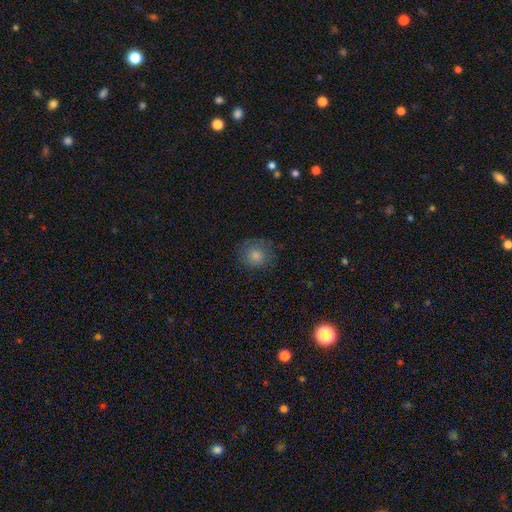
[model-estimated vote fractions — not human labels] smooth 82%, star or artifact 10%, featured or disk 8%. Down the decision tree: how rounded — round (88%); merging — none (80%).